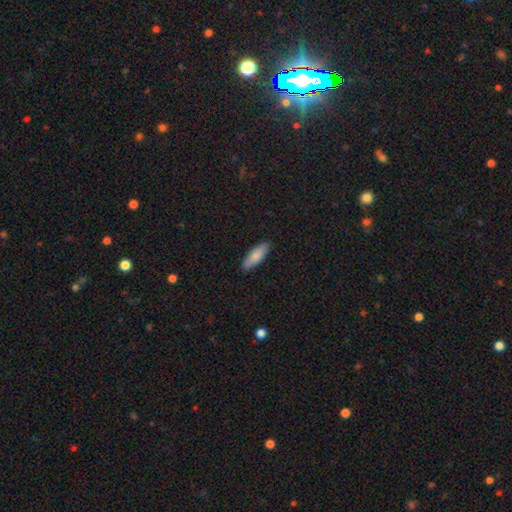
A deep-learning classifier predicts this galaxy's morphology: Smooth or featured? smooth (84%)
How rounded? in between (60%)
Merging? none (89%)